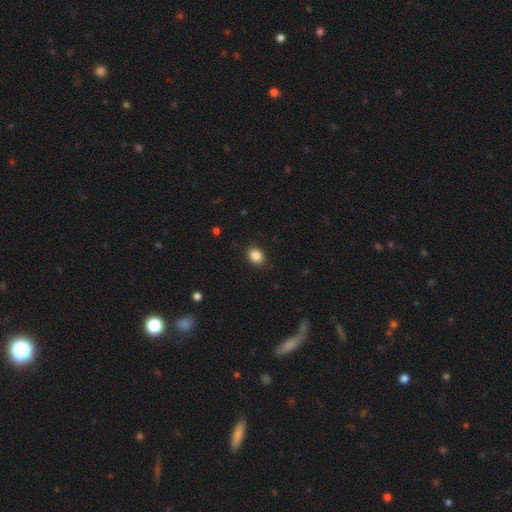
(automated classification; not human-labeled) A smooth galaxy with no disk features (86%) that is in between round and cigar-shaped (60%).

Vote fractions:
- Smooth or featured? smooth: 86% / star or artifact: 9% / featured or disk: 4%
- How rounded? in between: 60% / round: 39% / cigar-shaped: 1%
- Merging? none: 87% / minor disturbance: 10% / major disturbance: 2% / merger: 1%